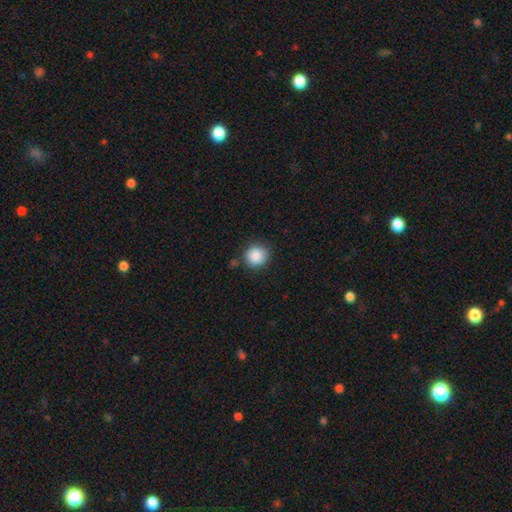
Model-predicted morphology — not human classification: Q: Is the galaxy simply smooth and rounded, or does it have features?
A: smooth — 88%.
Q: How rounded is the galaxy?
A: round — 91%.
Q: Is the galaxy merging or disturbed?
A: none — 83%.